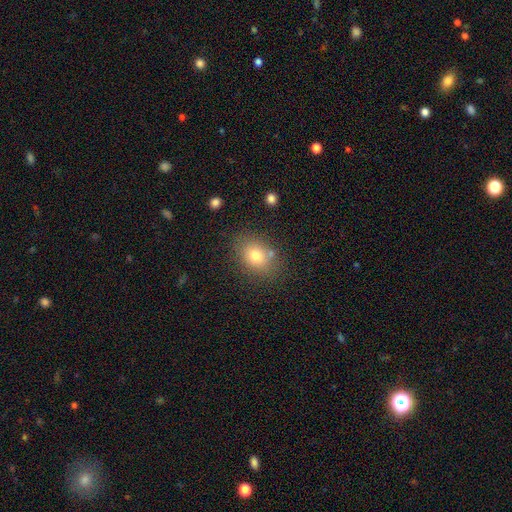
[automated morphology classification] smooth-or-featured: smooth: 76% | featured or disk: 12% | star or artifact: 12%
  how-rounded: in between: 61% | round: 38% | cigar-shaped: 1%
  merging: none: 76% | minor disturbance: 14% | merger: 6% | major disturbance: 4%